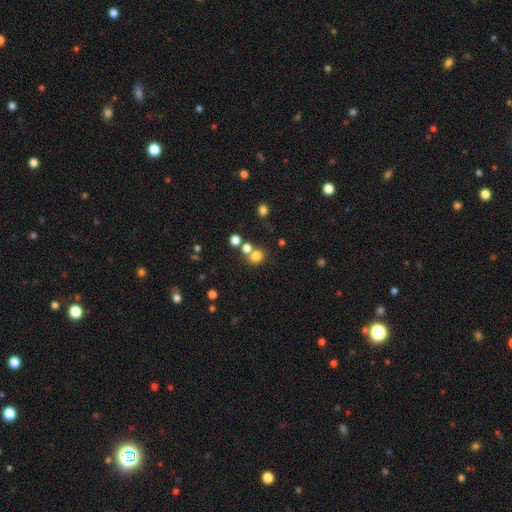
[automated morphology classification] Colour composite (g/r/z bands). It shows a smooth galaxy with no disk features (76%) that is round (74%). Merging: none (58%).